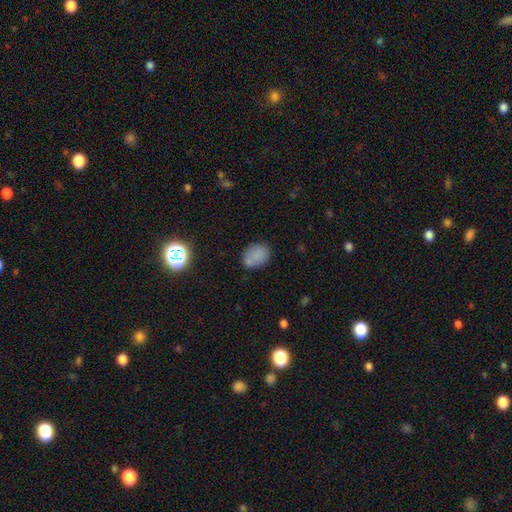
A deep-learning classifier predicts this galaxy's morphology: This is clearly a smooth galaxy (81%). How rounded: possibly in between (53%). Merging: likely none (72%).